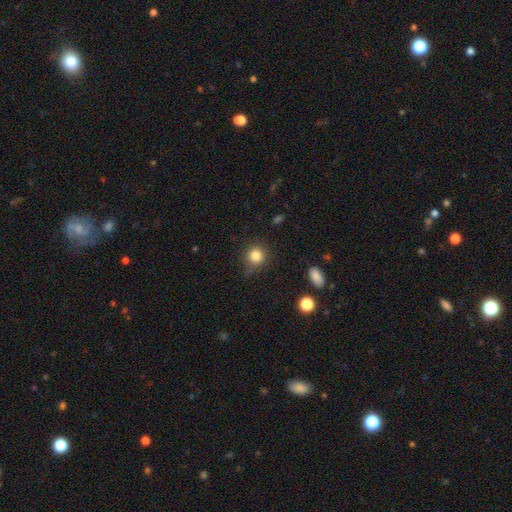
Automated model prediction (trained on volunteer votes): This is clearly a smooth galaxy (83%). How rounded: clearly round (91%). Merging: likely none (76%).